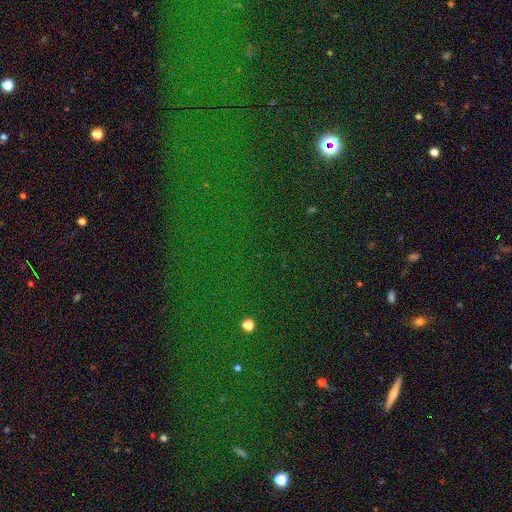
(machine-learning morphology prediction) Smooth or featured?
  - star or artifact: 78% *
  - smooth: 12%
  - featured or disk: 10%